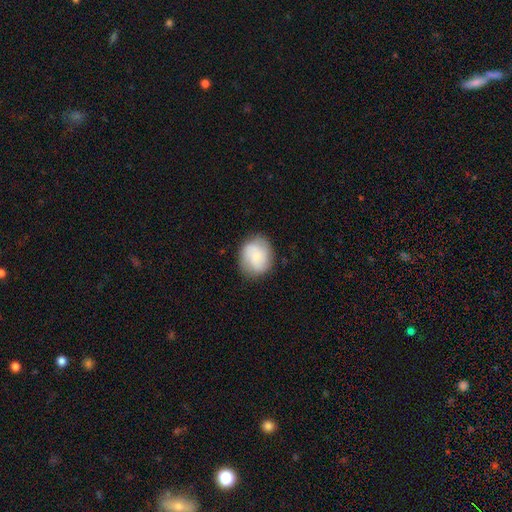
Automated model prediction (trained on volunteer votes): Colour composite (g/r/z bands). It shows a smooth galaxy with no disk features (66%) that is round (69%). Merging: none (76%).